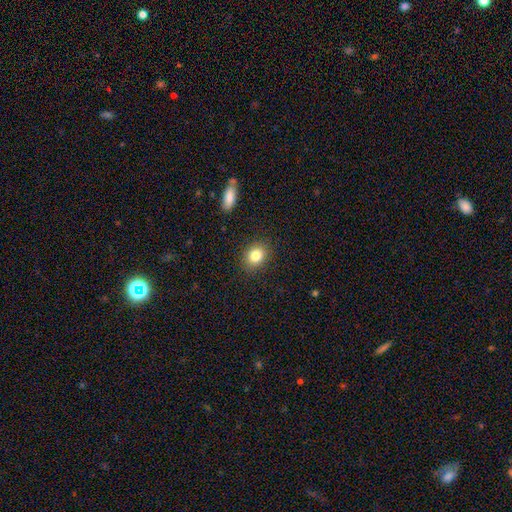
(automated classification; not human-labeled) A smooth galaxy with no disk features (82%) that is in between round and cigar-shaped (52%).

Vote fractions:
- Smooth or featured? smooth: 82% / star or artifact: 10% / featured or disk: 8%
- How rounded? in between: 52% / round: 47% / cigar-shaped: 1%
- Merging? none: 87% / minor disturbance: 9% / major disturbance: 2% / merger: 1%